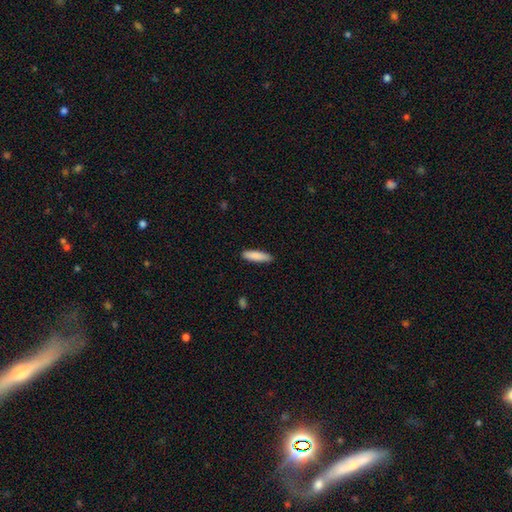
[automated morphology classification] Smooth or featured: smooth — 88% (featured or disk — 7%)
How rounded: cigar-shaped — 69% (in between — 29%)
Merging: none — 88% (minor disturbance — 10%)